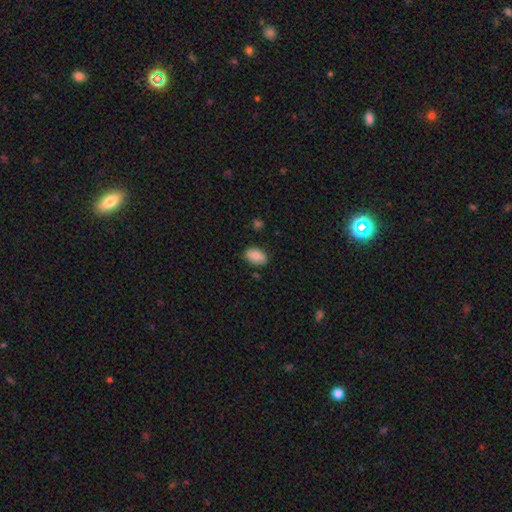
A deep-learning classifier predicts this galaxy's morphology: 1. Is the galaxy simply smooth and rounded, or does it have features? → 82% smooth, 11% featured or disk, 7% star or artifact.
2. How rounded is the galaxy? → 90% in between, 9% round, 1% cigar-shaped.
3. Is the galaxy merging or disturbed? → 85% none, 12% minor disturbance, 2% major disturbance, 2% merger.